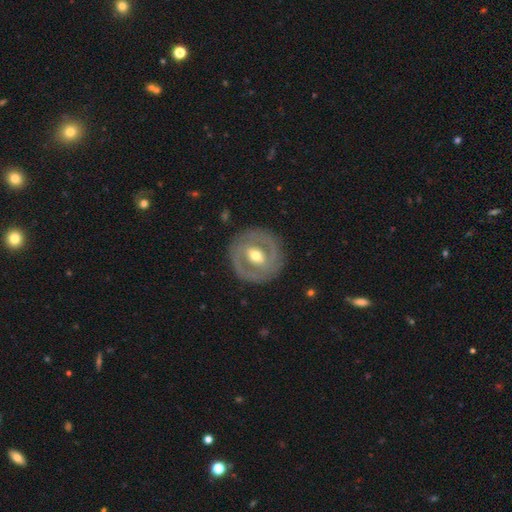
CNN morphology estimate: Smooth or featured? featured or disk (72%)
Edge-on disk? no (95%)
Bar? weak (43%)
Spiral arms? no (52%)
Bulge size? moderate (73%)
Merging? none (84%)